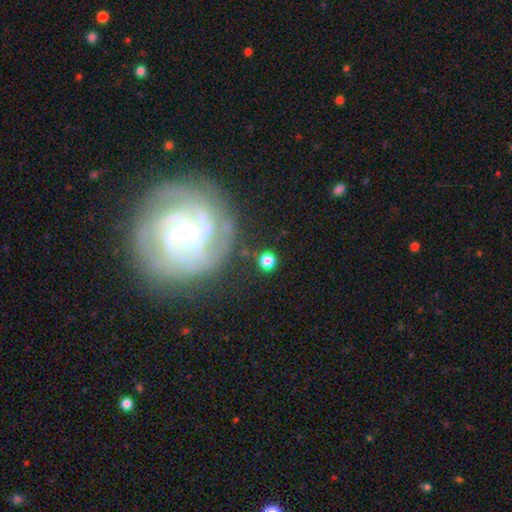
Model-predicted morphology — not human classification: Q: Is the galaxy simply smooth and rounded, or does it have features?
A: featured or disk — 78%.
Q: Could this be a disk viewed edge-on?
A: no — 97%.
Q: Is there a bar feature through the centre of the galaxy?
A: no — 50%.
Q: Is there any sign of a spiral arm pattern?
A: yes — 94%.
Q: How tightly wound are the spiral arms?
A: tight — 72%.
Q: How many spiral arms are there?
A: can't tell — 31%.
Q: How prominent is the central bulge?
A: small — 54%.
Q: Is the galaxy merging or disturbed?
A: none — 80%.